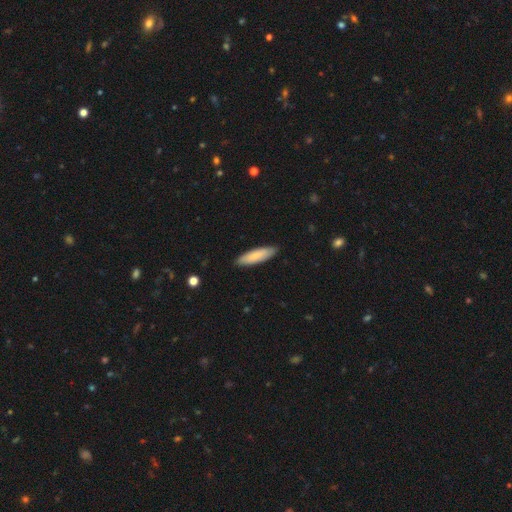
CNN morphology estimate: A smooth galaxy with no disk features (83%) that is cigar-shaped (61%). Merging: none (87%).